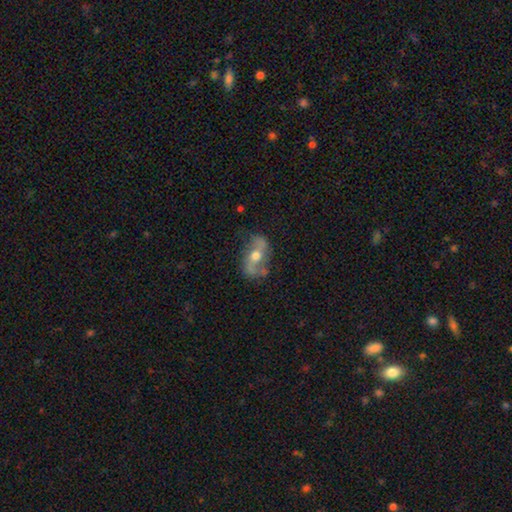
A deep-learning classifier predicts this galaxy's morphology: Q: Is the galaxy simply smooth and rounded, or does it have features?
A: featured or disk — 73%.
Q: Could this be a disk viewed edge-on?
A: no — 92%.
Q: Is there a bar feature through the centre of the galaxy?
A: no — 42%.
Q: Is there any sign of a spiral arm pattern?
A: yes — 78%.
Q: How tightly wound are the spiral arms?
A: loose — 67%.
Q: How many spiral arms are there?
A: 2 — 90%.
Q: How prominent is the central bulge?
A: moderate — 75%.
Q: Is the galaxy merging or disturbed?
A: none — 67%.